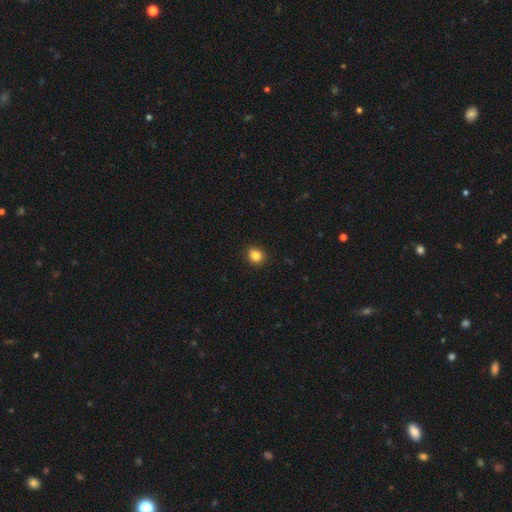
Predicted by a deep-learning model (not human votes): smooth_or_featured: smooth (p=0.84) [alt: star or artifact p=0.11]
how_rounded: round (p=0.72) [alt: in between p=0.27]
merging: none (p=0.88) [alt: minor disturbance p=0.09]